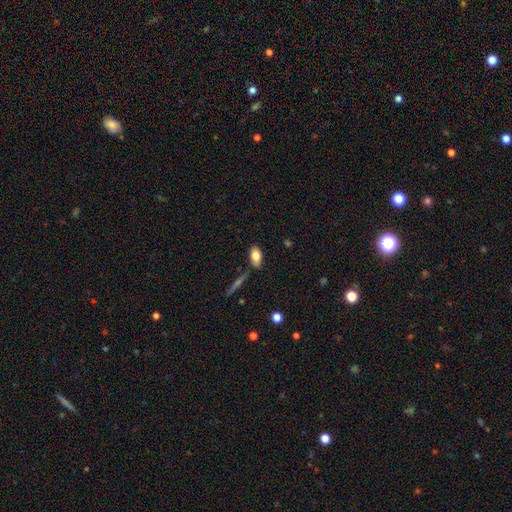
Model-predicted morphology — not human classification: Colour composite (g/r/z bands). It shows a smooth galaxy with no disk features (80%) that is in between round and cigar-shaped (89%). Merging: none (76%).